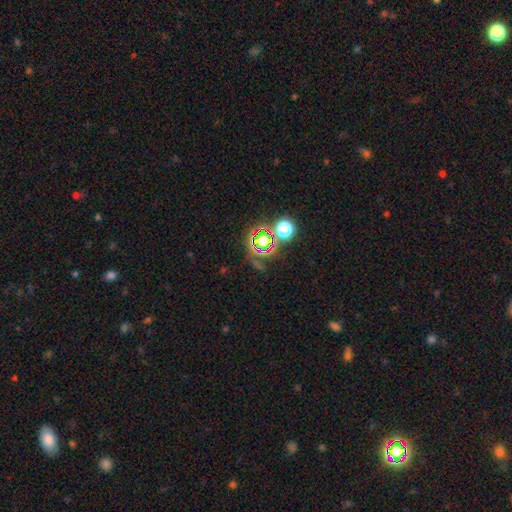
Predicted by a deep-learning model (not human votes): Smooth or featured?
  - star or artifact: 67% *
  - smooth: 22%
  - featured or disk: 11%